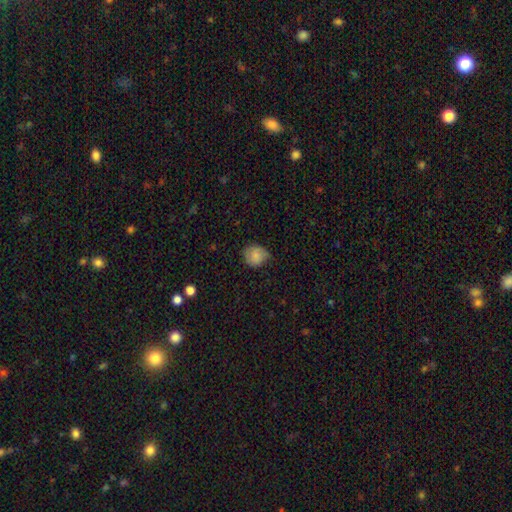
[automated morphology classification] Q: Smooth or featured?
A: smooth (79%); runner-up: featured or disk (14%)
Q: How rounded?
A: round (74%); runner-up: in between (25%)
Q: Merging?
A: none (59%); runner-up: minor disturbance (34%)